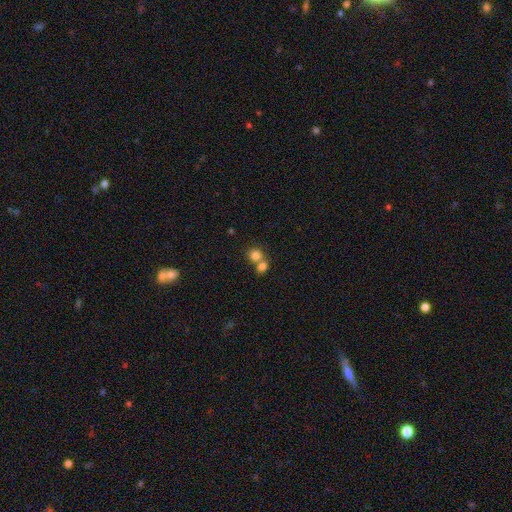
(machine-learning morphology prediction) This is clearly a smooth galaxy (81%). How rounded: likely round (76%). Merging: possibly merger (52%).